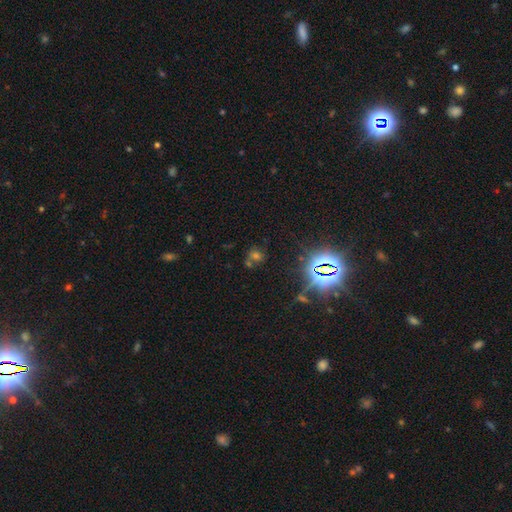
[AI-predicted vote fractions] star or artifact 53%, smooth 35%, featured or disk 12%.